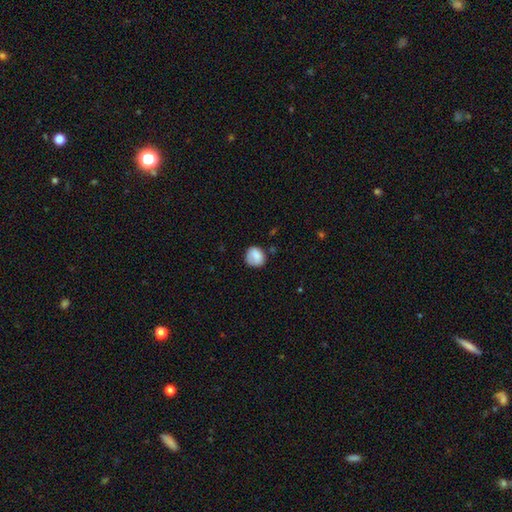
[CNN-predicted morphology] A smooth galaxy with no disk features (81%) that is round (77%).

Vote fractions:
- Smooth or featured? smooth: 81% / featured or disk: 11% / star or artifact: 8%
- How rounded? round: 77% / in between: 22% / cigar-shaped: 1%
- Merging? none: 66% / minor disturbance: 23% / major disturbance: 8% / merger: 3%